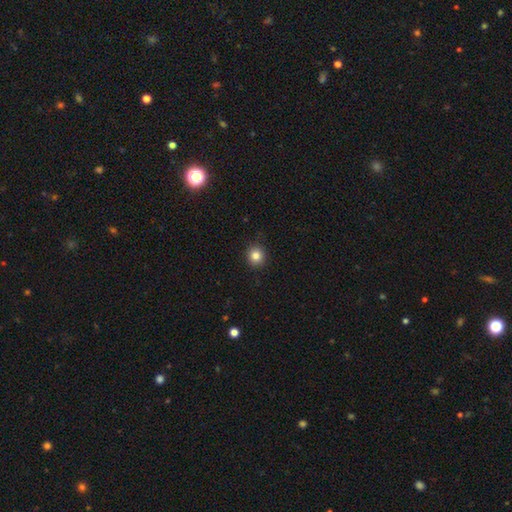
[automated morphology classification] Overall: smooth (83%). How rounded: round (90%). Merging: none (91%).